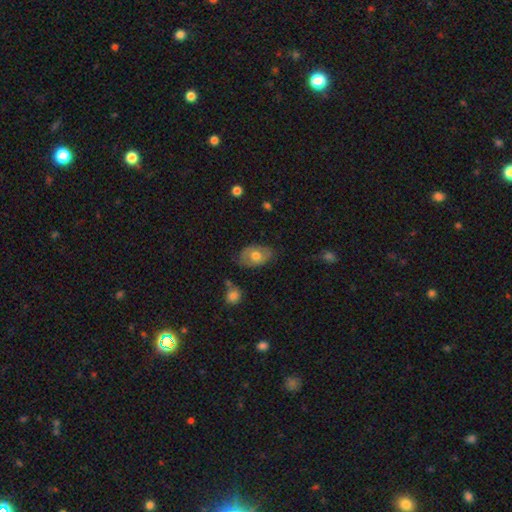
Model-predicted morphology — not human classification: Smooth or featured?
  - smooth: 59% *
  - featured or disk: 34%
  - star or artifact: 7%
How rounded?
  - in between: 84% *
  - round: 15%
  - cigar-shaped: 1%
Merging?
  - none: 73% *
  - minor disturbance: 20%
  - major disturbance: 5%
  - merger: 2%